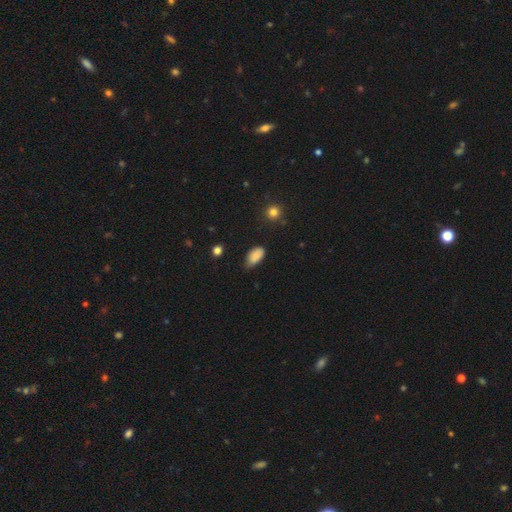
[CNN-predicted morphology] Smooth or featured: smooth — 85% (star or artifact — 8%)
How rounded: in between — 93% (round — 5%)
Merging: none — 48% (minor disturbance — 42%)